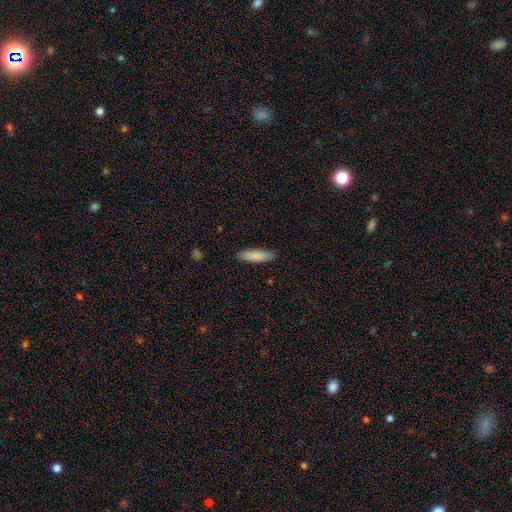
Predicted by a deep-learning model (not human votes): Smooth or featured? smooth (86%)
How rounded? cigar-shaped (69%)
Merging? none (89%)